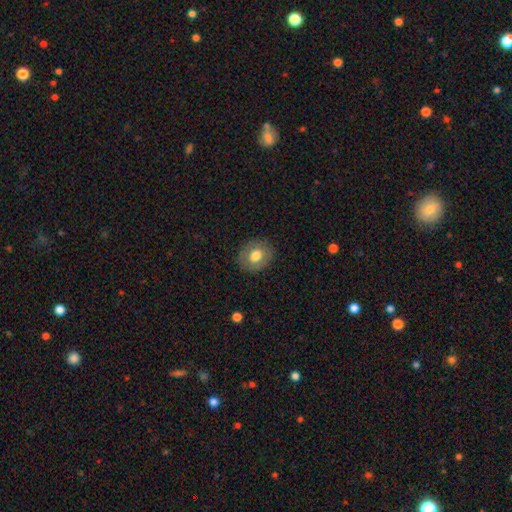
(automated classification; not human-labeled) Morphology: type=smooth (68%); roundness=round (60%); merging=none (86%).